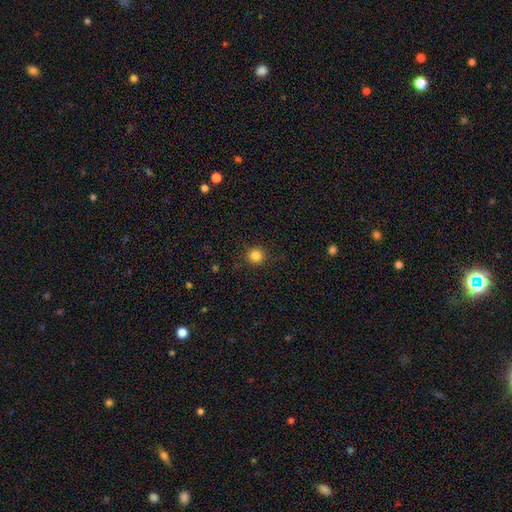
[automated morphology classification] This is clearly a smooth galaxy (84%). How rounded: clearly round (93%). Merging: clearly none (89%).